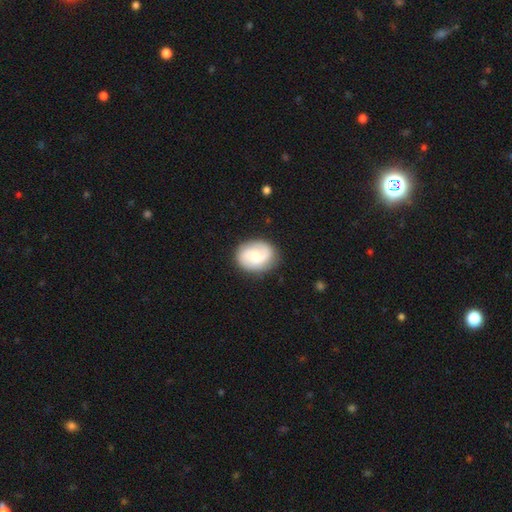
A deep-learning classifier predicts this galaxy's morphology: featured or disk 53%, smooth 40%, star or artifact 7%. Down the decision tree: edge-on disk — no (98%); bar — no (56%); spiral arms — yes (91%); bulge size — small (45%); merging — none (80%).